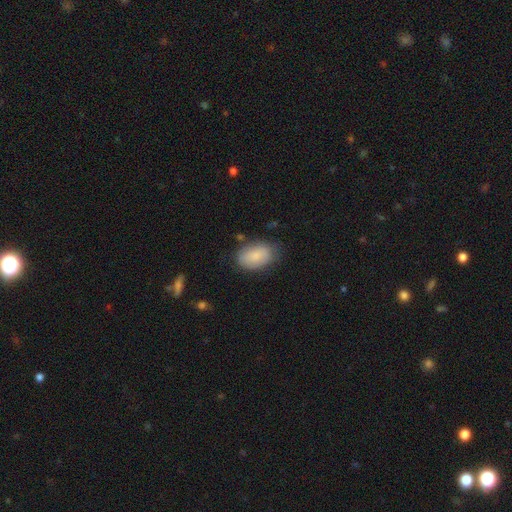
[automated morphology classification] Smooth or featured?
  - smooth: 83% *
  - featured or disk: 10%
  - star or artifact: 6%
How rounded?
  - in between: 89% *
  - round: 9%
  - cigar-shaped: 1%
Merging?
  - none: 71% *
  - minor disturbance: 21%
  - major disturbance: 5%
  - merger: 2%